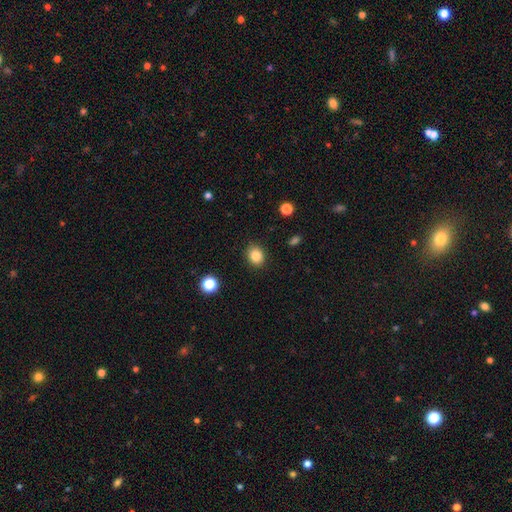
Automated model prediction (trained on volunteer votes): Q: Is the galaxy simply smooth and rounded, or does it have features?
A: smooth — 85%.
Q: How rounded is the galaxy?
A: round — 62%.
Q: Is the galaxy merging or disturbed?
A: none — 89%.